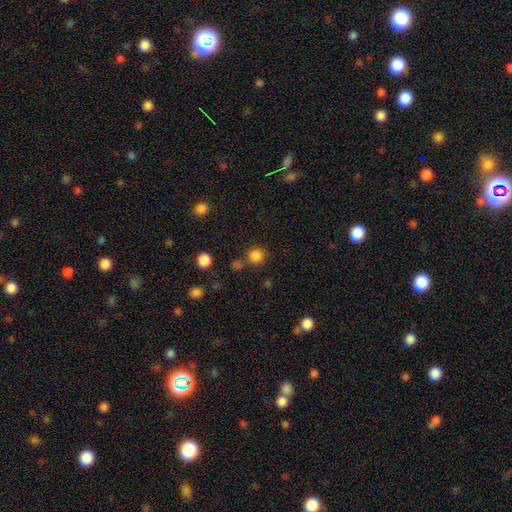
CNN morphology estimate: Overall: smooth (82%). How rounded: round (91%). Merging: none (76%).